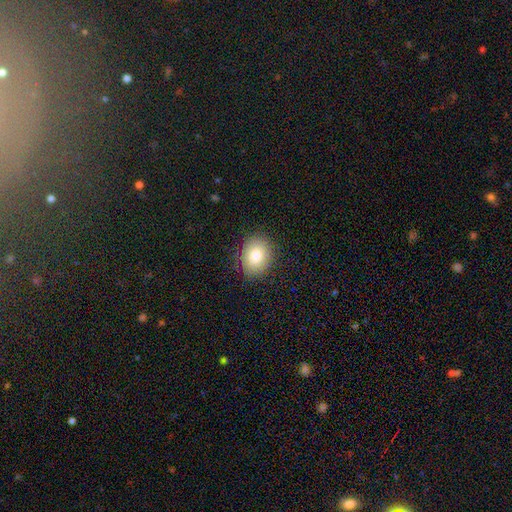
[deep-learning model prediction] A smooth galaxy with no disk features (82%) that is in between round and cigar-shaped (56%).

Vote fractions:
- Smooth or featured? smooth: 82% / featured or disk: 9% / star or artifact: 9%
- How rounded? in between: 56% / round: 44% / cigar-shaped: 1%
- Merging? none: 86% / minor disturbance: 10% / major disturbance: 3% / merger: 1%